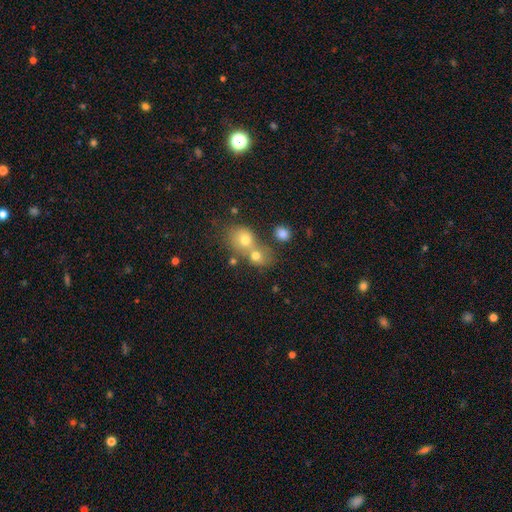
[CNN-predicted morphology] A smooth galaxy with no disk features (70%) that is round (66%). Merging: merger (61%).